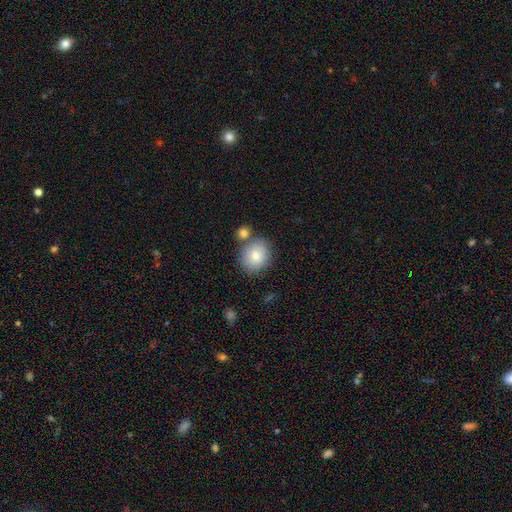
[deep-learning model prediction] Morphology: type=smooth (78%); roundness=round (74%); merging=none (69%).